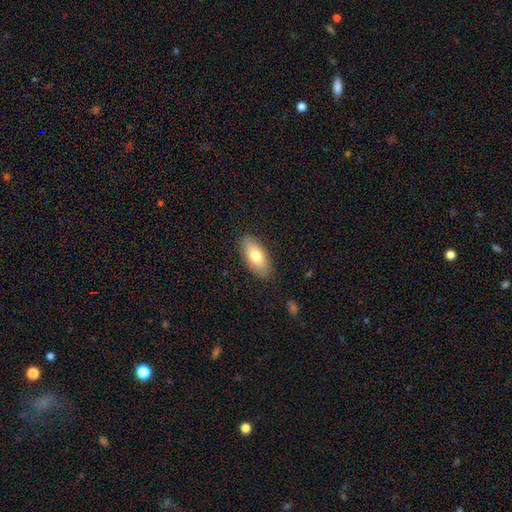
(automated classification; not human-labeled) Smooth or featured? smooth (75%)
How rounded? in between (87%)
Merging? none (86%)